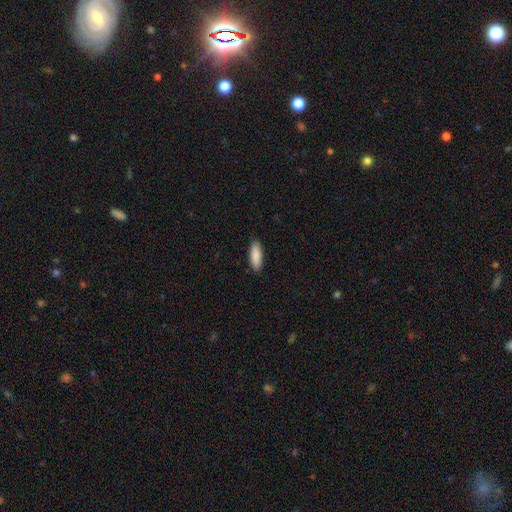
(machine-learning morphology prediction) Q: Smooth or featured?
A: smooth (90%); runner-up: star or artifact (6%)
Q: How rounded?
A: in between (59%); runner-up: cigar-shaped (40%)
Q: Merging?
A: none (88%); runner-up: minor disturbance (9%)